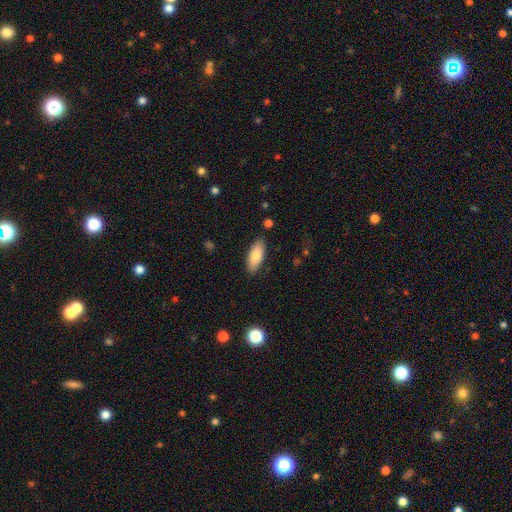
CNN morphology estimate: A smooth galaxy with no disk features (81%) that is in between round and cigar-shaped (83%). Merging: none (86%).